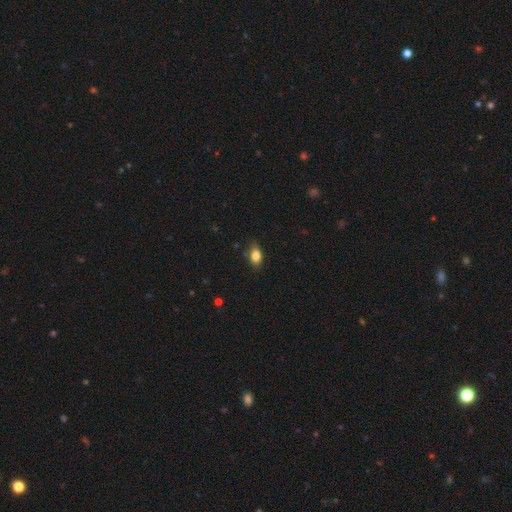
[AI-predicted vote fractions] This appears to be a smooth galaxy with no disk features (84%) that is in between round and cigar-shaped (85%). Merging: none (78%).